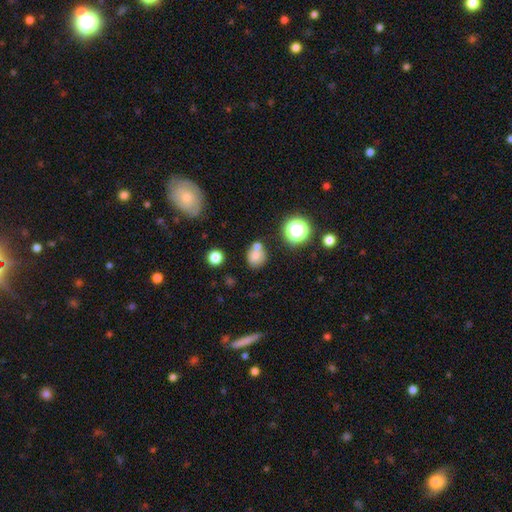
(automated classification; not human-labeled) Q: Smooth or featured?
A: smooth (72%); runner-up: star or artifact (16%)
Q: How rounded?
A: round (72%); runner-up: in between (27%)
Q: Merging?
A: none (52%); runner-up: merger (31%)